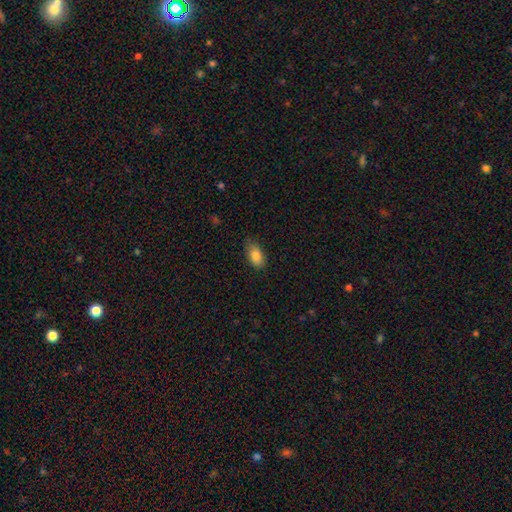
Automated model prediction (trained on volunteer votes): smooth-or-featured: smooth: 85% | star or artifact: 8% | featured or disk: 8%
  how-rounded: in between: 91% | round: 5% | cigar-shaped: 3%
  merging: none: 79% | minor disturbance: 17% | major disturbance: 3% | merger: 1%